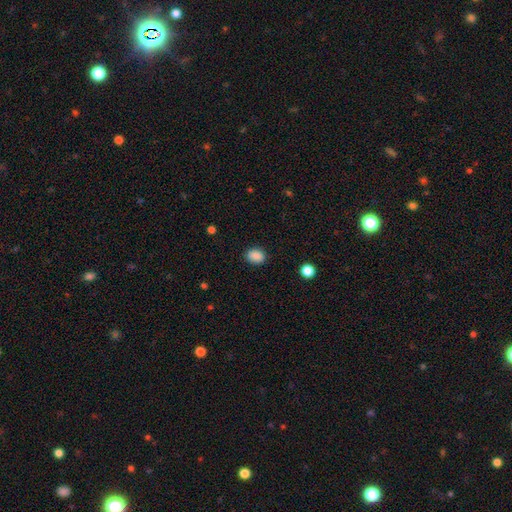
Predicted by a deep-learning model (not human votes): smooth 88%, star or artifact 9%, featured or disk 3%. Down the decision tree: how rounded — in between (59%); merging — none (87%).